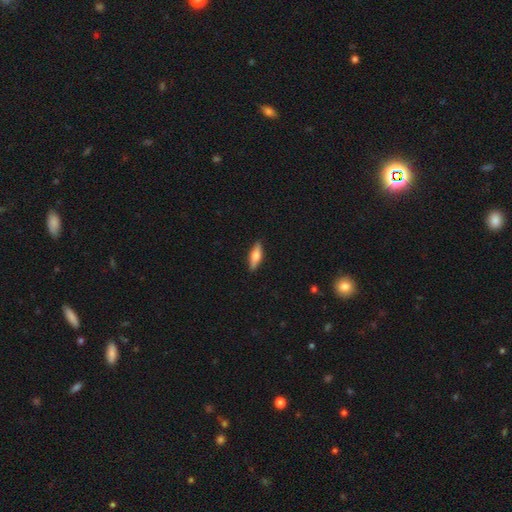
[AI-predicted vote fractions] Smooth or featured? Predicted: smooth (p=0.54). How rounded? Predicted: cigar-shaped (p=0.51). Merging? Predicted: none (p=0.89).